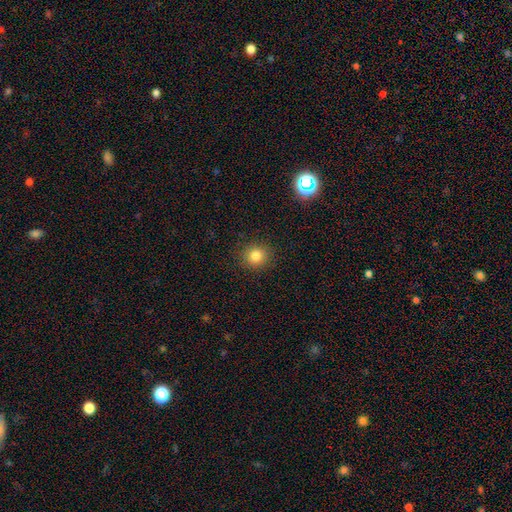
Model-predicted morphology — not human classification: A smooth galaxy with no disk features (82%) that is round (90%). Merging: none (91%).